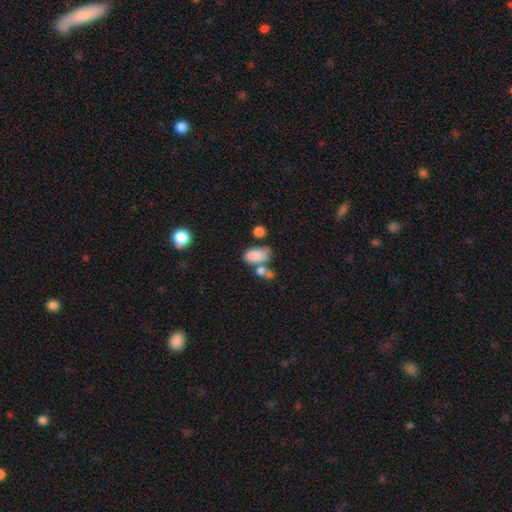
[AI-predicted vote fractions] This is likely a smooth galaxy (80%). How rounded: clearly in between (91%). Merging: marginally none (36%).